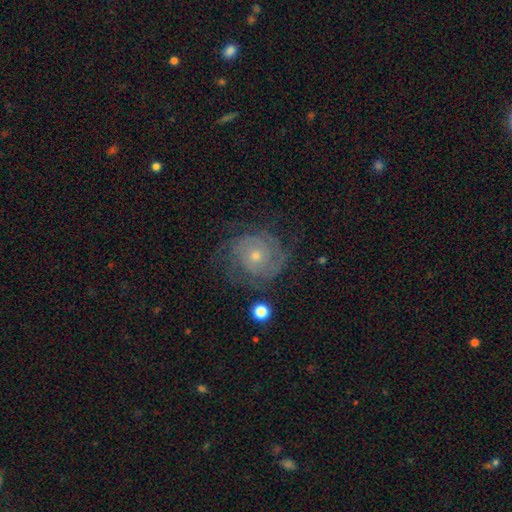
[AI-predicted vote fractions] The model was most divided on "spiral arm count": can't tell: 36%, 2: 25%, 3: 19%, 4: 8%, 1: 6%, more than 4: 5%. More confident: edge-on disk — no (98%); spiral arms — yes (92%); bar — no (81%); smooth or featured — featured or disk (78%); merging — none (70%); spiral winding — tight (69%); bulge size — small (59%).